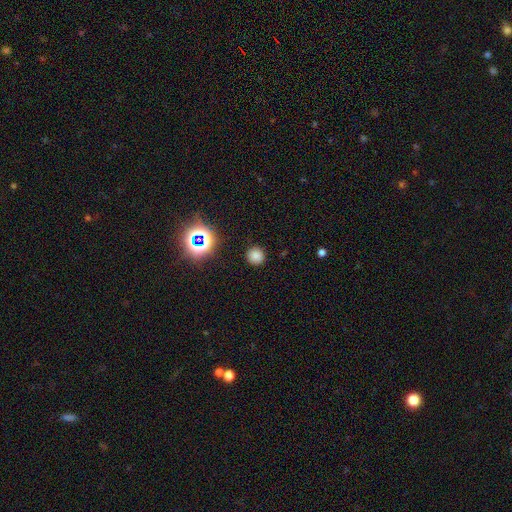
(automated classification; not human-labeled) A smooth galaxy with no disk features (76%) that is round (93%).

Vote fractions:
- Smooth or featured? smooth: 76% / star or artifact: 19% / featured or disk: 5%
- How rounded? round: 93% / in between: 6% / cigar-shaped: 1%
- Merging? none: 89% / minor disturbance: 7% / major disturbance: 3% / merger: 1%